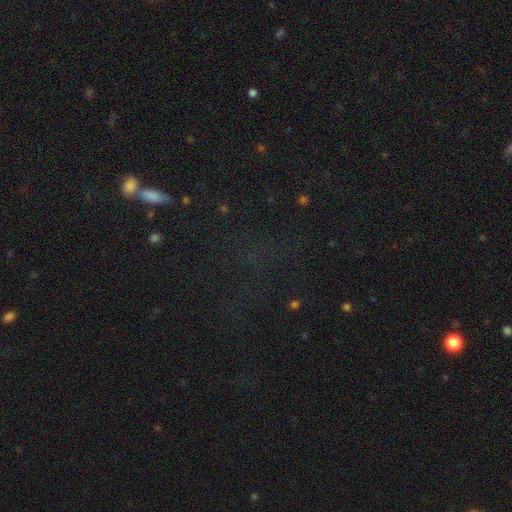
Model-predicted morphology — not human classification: Overall: star or artifact (61%; smooth 25%).